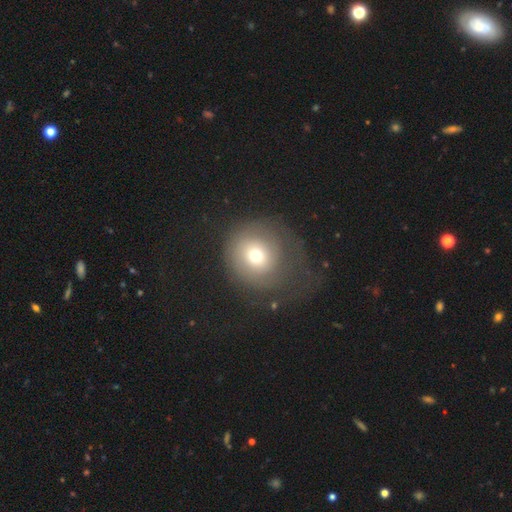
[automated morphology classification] Smooth or featured? Predicted: smooth (p=0.63). How rounded? Predicted: round (p=0.88). Merging? Predicted: none (p=0.48).